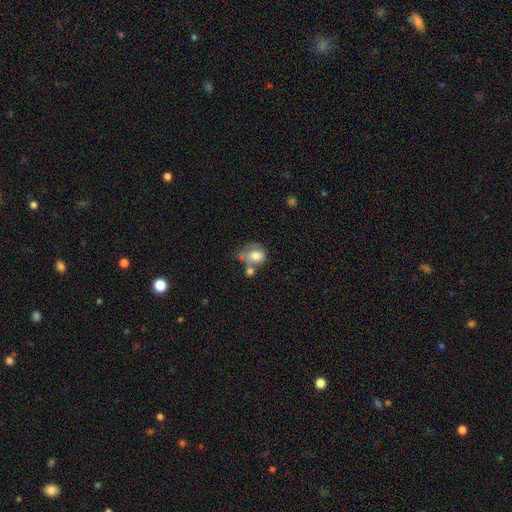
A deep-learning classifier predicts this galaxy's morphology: smooth 73%, featured or disk 19%, star or artifact 9%. Down the decision tree: how rounded — round (56%); merging — merger (34%).